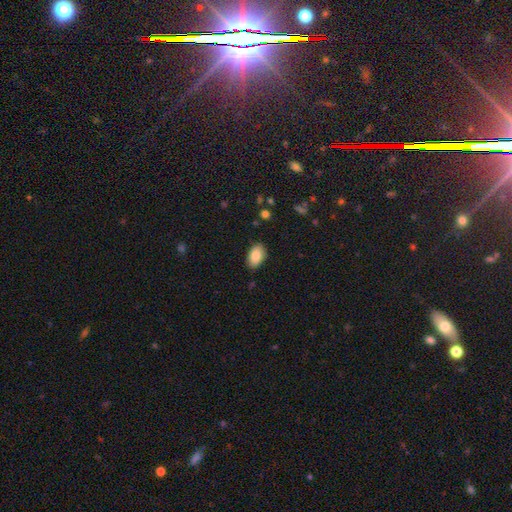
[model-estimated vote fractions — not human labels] Smooth or featured: smooth — 87% (star or artifact — 7%)
How rounded: in between — 93% (round — 5%)
Merging: none — 85% (minor disturbance — 11%)